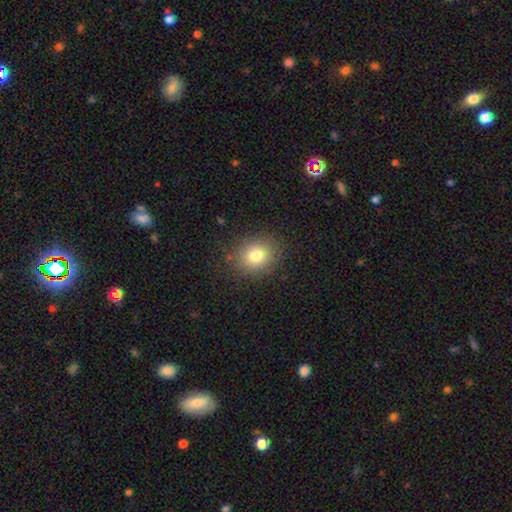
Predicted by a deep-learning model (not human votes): This is likely a smooth galaxy (79%). How rounded: likely round (63%). Merging: clearly none (85%).